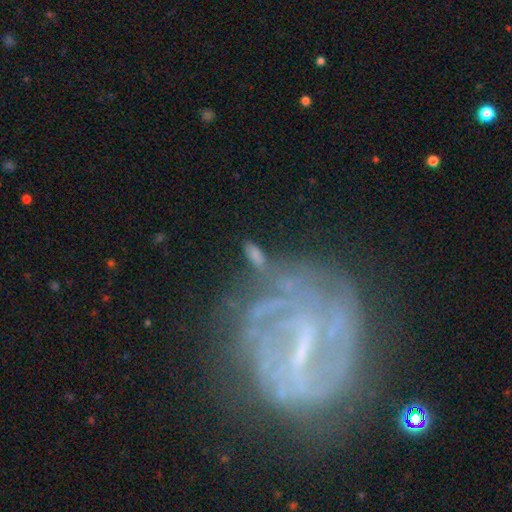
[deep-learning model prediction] smooth_or_featured: smooth (p=0.63) [alt: featured or disk p=0.24]
how_rounded: in between (p=0.70) [alt: cigar-shaped p=0.24]
merging: none (p=0.63) [alt: minor disturbance p=0.18]